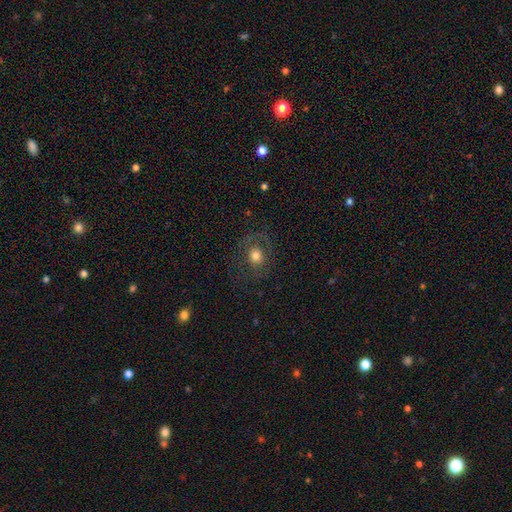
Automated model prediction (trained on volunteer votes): Smooth or featured? smooth (63%)
How rounded? round (73%)
Merging? none (73%)